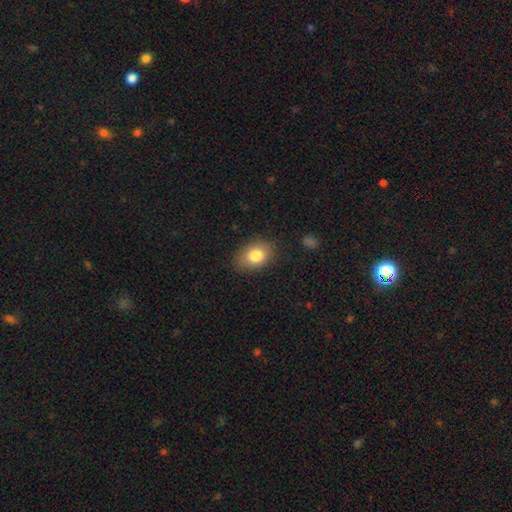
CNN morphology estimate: Smooth or featured: smooth — 81% (featured or disk — 11%)
How rounded: in between — 77% (round — 22%)
Merging: none — 84% (minor disturbance — 12%)